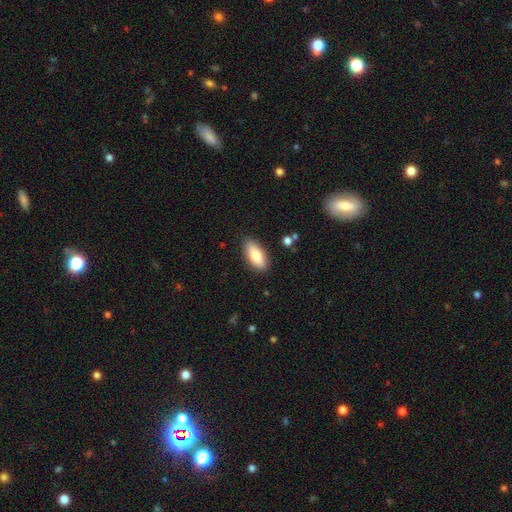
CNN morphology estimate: The model was most divided on "smooth or featured": smooth: 80%, featured or disk: 13%, star or artifact: 6%. More confident: merging — none (86%); how rounded — in between (85%).